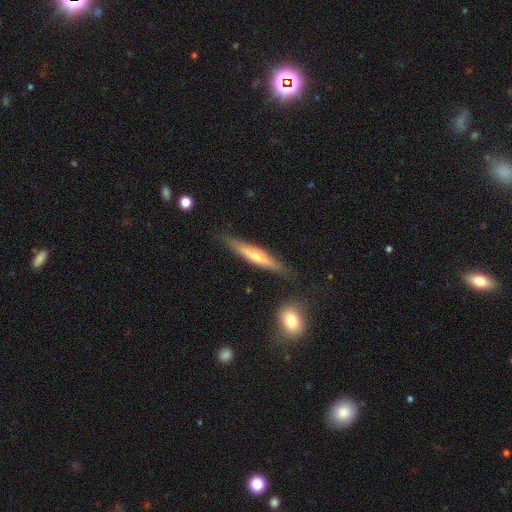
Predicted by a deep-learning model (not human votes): Smooth or featured? Predicted: featured or disk (p=0.59). Edge-on disk? Predicted: yes (p=0.93). Edge-on bulge? Predicted: rounded (p=0.72). Merging? Predicted: none (p=0.84).